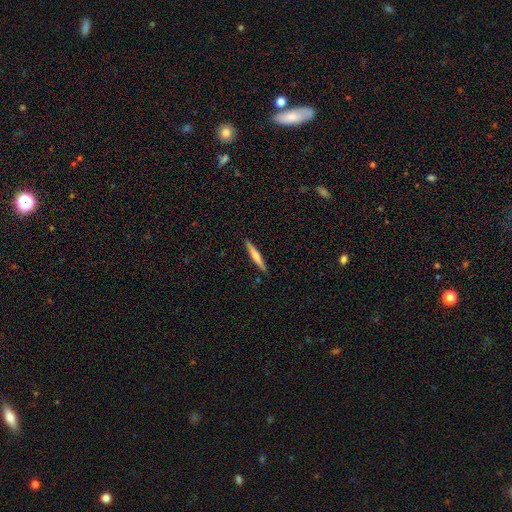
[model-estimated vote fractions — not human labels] Smooth or featured: smooth — 53% (featured or disk — 42%)
How rounded: cigar-shaped — 93% (in between — 6%)
Merging: none — 90% (minor disturbance — 8%)